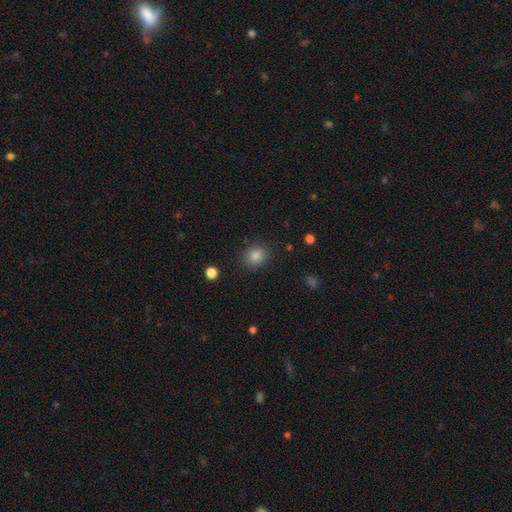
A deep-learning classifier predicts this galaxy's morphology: smooth 84%, star or artifact 11%, featured or disk 5%. Down the decision tree: how rounded — round (62%); merging — none (87%).